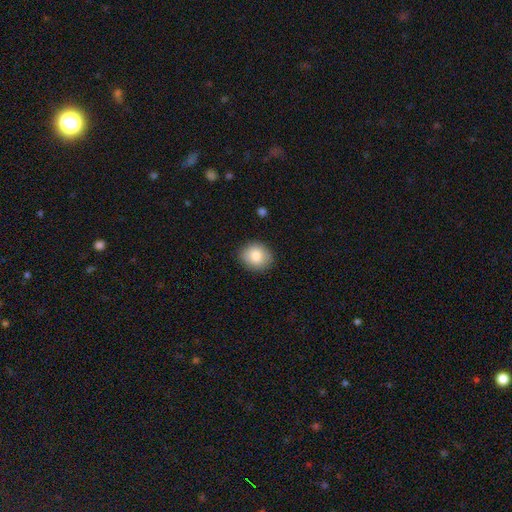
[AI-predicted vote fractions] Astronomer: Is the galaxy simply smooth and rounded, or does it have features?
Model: smooth — 84%.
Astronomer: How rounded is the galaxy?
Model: round — 73%.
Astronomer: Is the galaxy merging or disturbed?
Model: none — 87%.